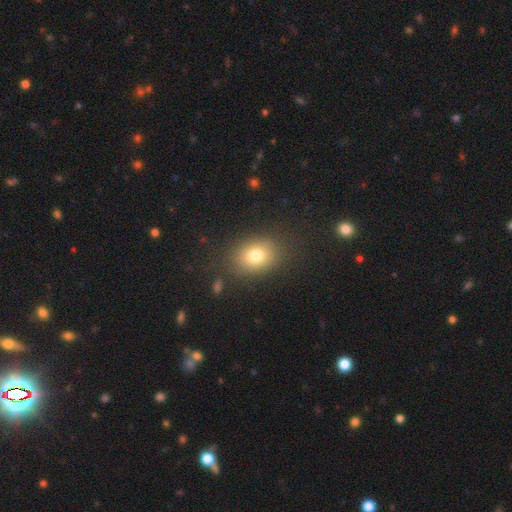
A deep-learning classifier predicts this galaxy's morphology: Overall: smooth (77%). How rounded: in between (59%; round 40%). Merging: none (81%).